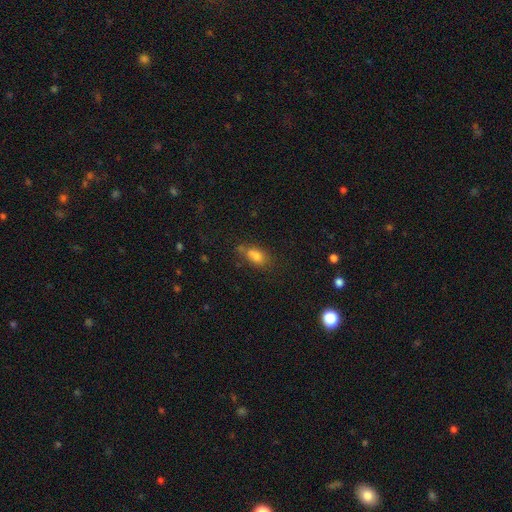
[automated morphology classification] Smooth or featured? Predicted: smooth (p=0.76). How rounded? Predicted: in between (p=0.80). Merging? Predicted: none (p=0.53).